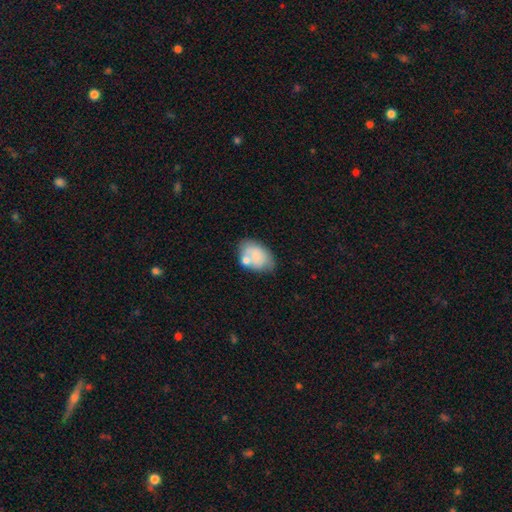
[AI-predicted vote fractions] This appears to be a smooth galaxy with no disk features (68%) that is in between round and cigar-shaped (84%). Merging: none (46%).